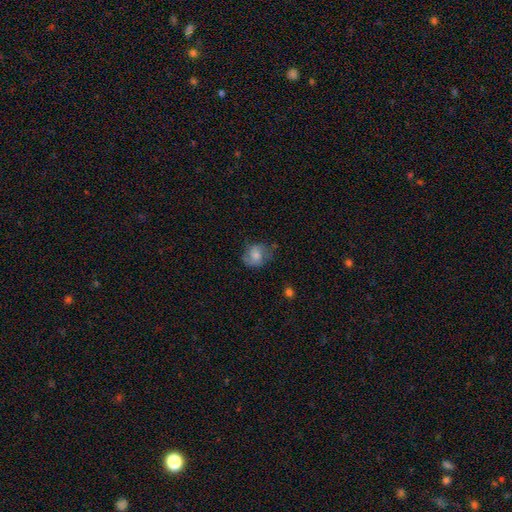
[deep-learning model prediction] The model was most divided on "how rounded": round: 58%, in between: 41%, cigar-shaped: 1%. More confident: merging — none (62%); smooth or featured — smooth (59%).